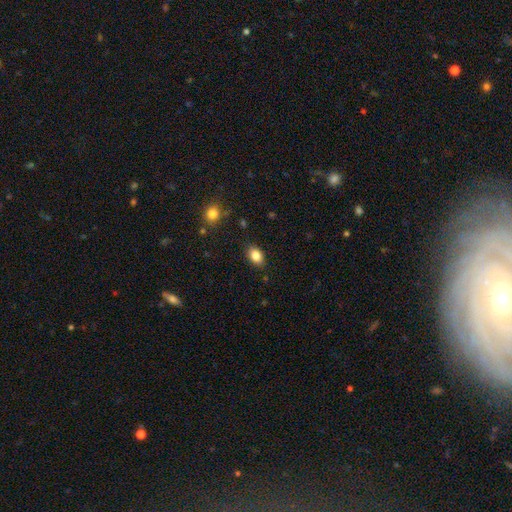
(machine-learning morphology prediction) Overall: smooth (85%). How rounded: in between (82%). Merging: none (87%).